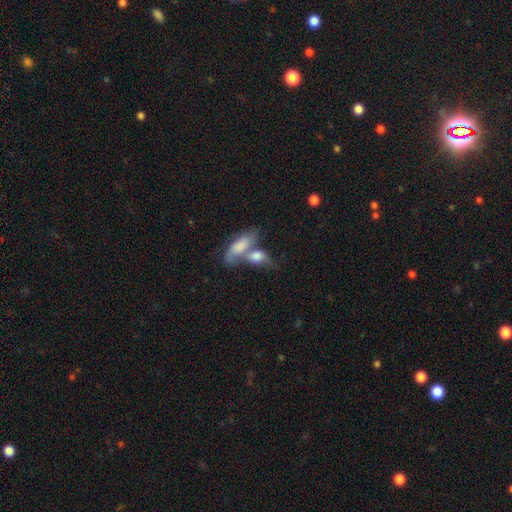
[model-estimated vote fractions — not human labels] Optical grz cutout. It shows a smooth galaxy with no disk features (63%) that is in between round and cigar-shaped (73%). Merging: merger (57%).